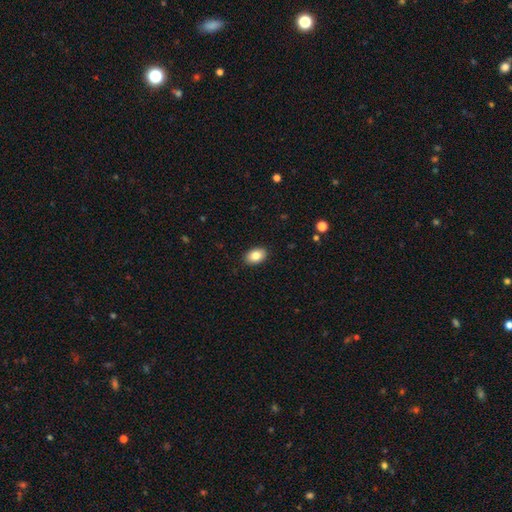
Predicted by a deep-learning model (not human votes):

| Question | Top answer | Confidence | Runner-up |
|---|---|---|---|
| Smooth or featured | smooth | 84% | star or artifact (8%) |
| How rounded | in between | 84% | round (15%) |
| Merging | none | 90% | minor disturbance (8%) |